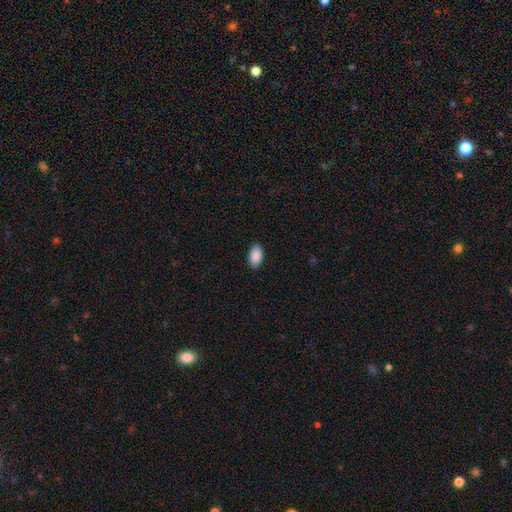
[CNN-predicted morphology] Smooth or featured? Predicted: smooth (p=0.90). How rounded? Predicted: in between (p=0.95). Merging? Predicted: none (p=0.89).